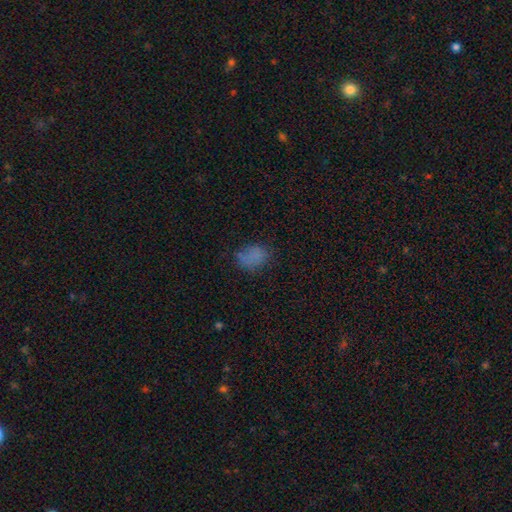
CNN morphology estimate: smooth-or-featured: smooth: 72% | star or artifact: 17% | featured or disk: 10%
  how-rounded: in between: 66% | round: 33% | cigar-shaped: 2%
  merging: none: 62% | minor disturbance: 24% | major disturbance: 11% | merger: 3%